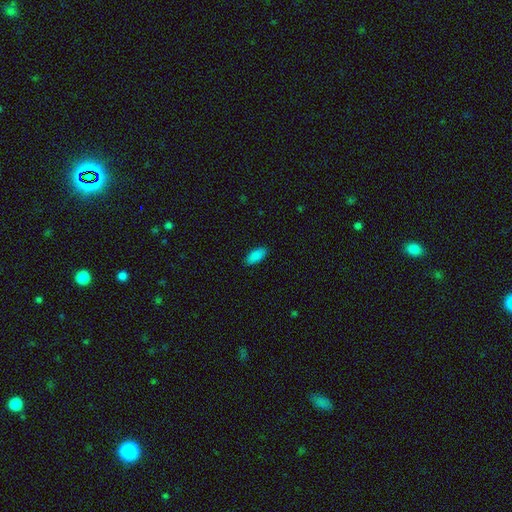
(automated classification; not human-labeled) smooth-or-featured: smooth: 89% | star or artifact: 7% | featured or disk: 4%
  how-rounded: in between: 86% | cigar-shaped: 12% | round: 2%
  merging: none: 89% | minor disturbance: 8% | major disturbance: 2% | merger: 1%